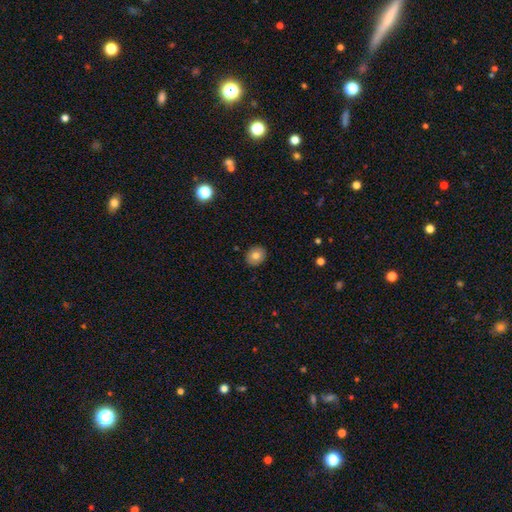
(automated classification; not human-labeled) Q: Smooth or featured?
A: smooth (78%); runner-up: featured or disk (14%)
Q: How rounded?
A: round (67%); runner-up: in between (32%)
Q: Merging?
A: none (90%); runner-up: minor disturbance (7%)